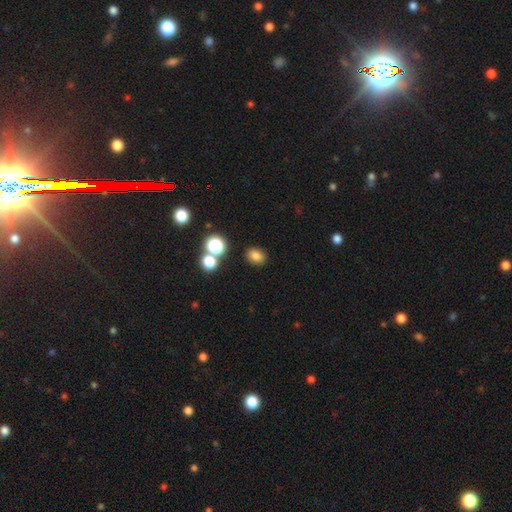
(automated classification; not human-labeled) smooth 79%, star or artifact 15%, featured or disk 6%. Down the decision tree: how rounded — in between (54%); merging — none (85%).